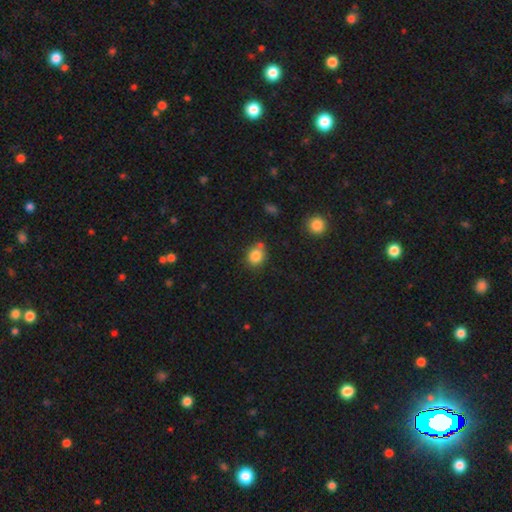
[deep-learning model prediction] smooth_or_featured: smooth (p=0.82) [alt: star or artifact p=0.11]
how_rounded: round (p=0.69) [alt: in between p=0.30]
merging: none (p=0.64) [alt: minor disturbance p=0.17]